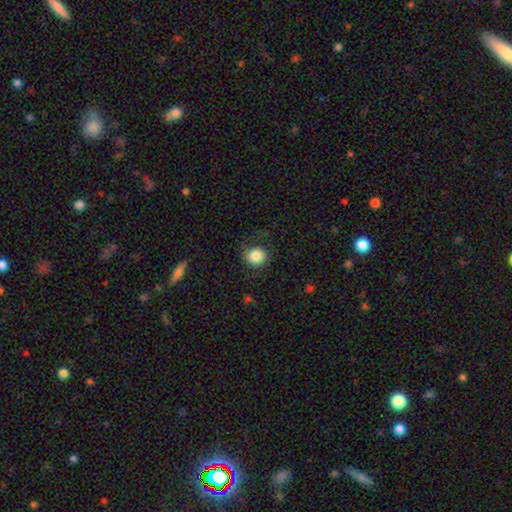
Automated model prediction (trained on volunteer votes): This is clearly a smooth galaxy (84%). How rounded: clearly round (81%). Merging: likely none (77%).